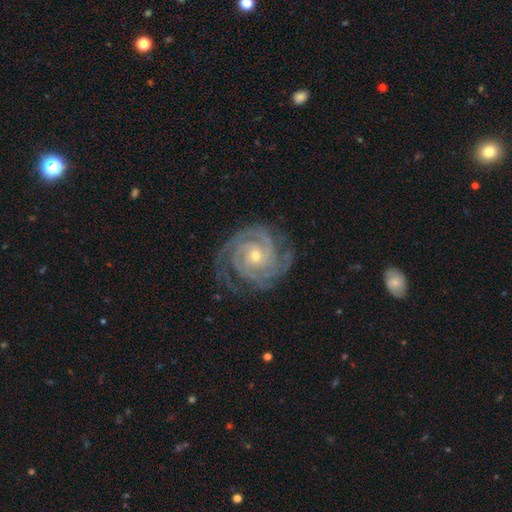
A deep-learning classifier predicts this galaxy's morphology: Smooth or featured? featured or disk (93%)
Edge-on disk? no (98%)
Bar? no (67%)
Spiral arms? yes (99%)
Spiral winding? tight (80%)
Spiral arm count? 3 (32%)
Bulge size? small (63%)
Merging? none (77%)